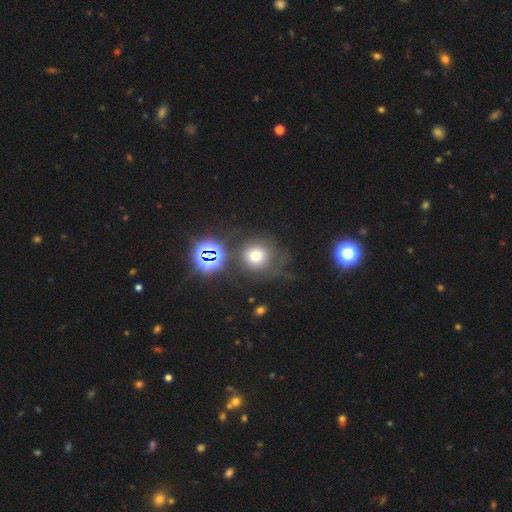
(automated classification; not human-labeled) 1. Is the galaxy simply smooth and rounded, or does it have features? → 65% smooth, 22% star or artifact, 12% featured or disk.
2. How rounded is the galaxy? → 89% round, 9% in between, 1% cigar-shaped.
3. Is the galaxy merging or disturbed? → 62% none, 15% minor disturbance, 14% major disturbance, 9% merger.